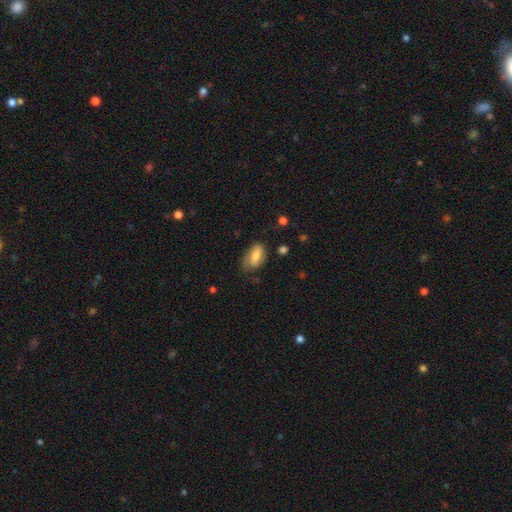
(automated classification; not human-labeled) smooth_or_featured: smooth (p=0.74) [alt: featured or disk p=0.19]
how_rounded: in between (p=0.88) [alt: cigar-shaped p=0.07]
merging: none (p=0.56) [alt: minor disturbance p=0.31]